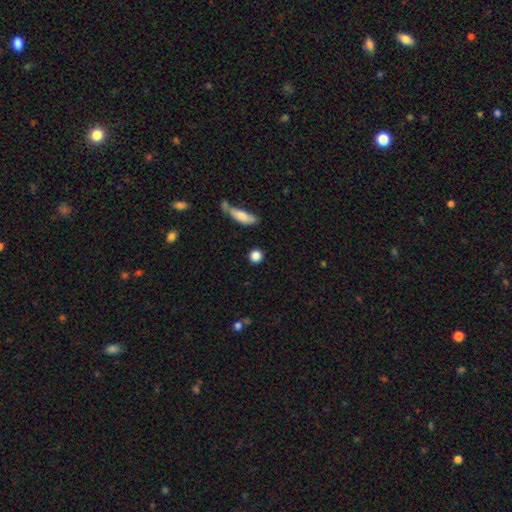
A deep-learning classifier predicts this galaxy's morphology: This appears to be a smooth galaxy with no disk features (85%) that is round (85%). Merging: none (85%).